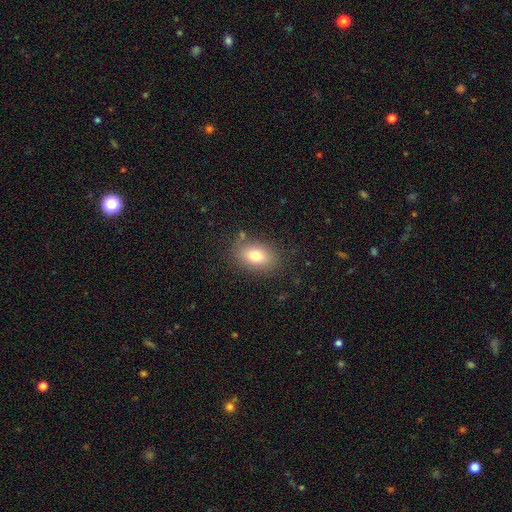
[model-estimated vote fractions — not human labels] A smooth galaxy with no disk features (78%) that is in between round and cigar-shaped (82%).

Vote fractions:
- Smooth or featured? smooth: 78% / featured or disk: 13% / star or artifact: 10%
- How rounded? in between: 82% / round: 17% / cigar-shaped: 2%
- Merging? none: 80% / minor disturbance: 13% / major disturbance: 4% / merger: 3%